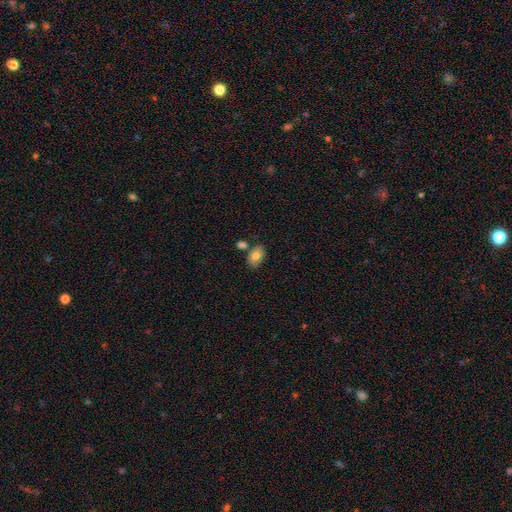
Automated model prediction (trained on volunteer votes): A smooth galaxy with no disk features (79%) that is in between round and cigar-shaped (88%).

Vote fractions:
- Smooth or featured? smooth: 79% / featured or disk: 14% / star or artifact: 7%
- How rounded? in between: 88% / round: 10% / cigar-shaped: 1%
- Merging? none: 69% / merger: 14% / minor disturbance: 13% / major disturbance: 3%